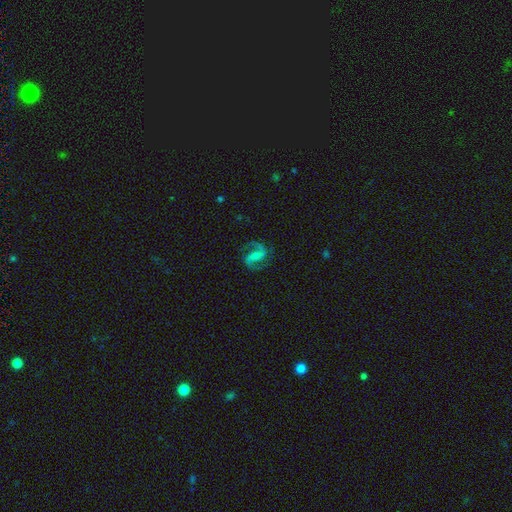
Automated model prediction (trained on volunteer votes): A featured or disk galaxy (91%) with a weak bar (44%), 2 (93%) medium (60%) spiral arms (98%) and a small central bulge (56%). Merging: none (80%).